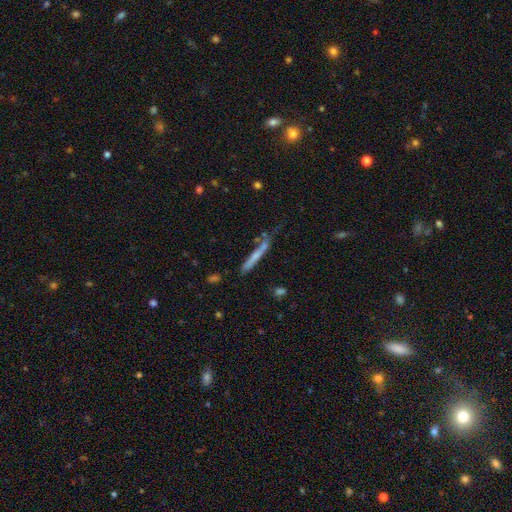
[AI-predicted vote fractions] This appears to be a smooth galaxy with no disk features (51%) that is cigar-shaped (95%). Merging: none (67%).